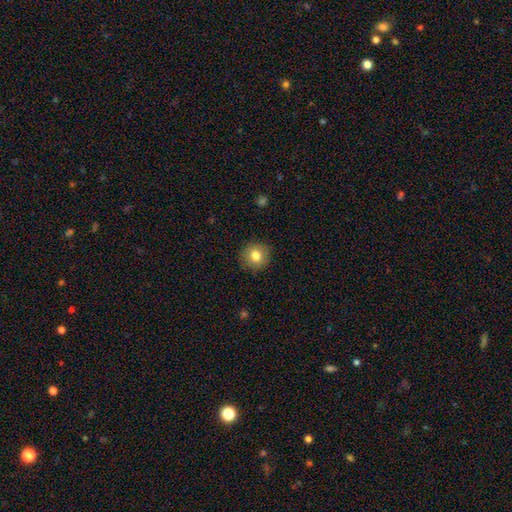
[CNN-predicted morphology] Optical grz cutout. It shows a smooth galaxy with no disk features (80%) that is round (90%). Merging: none (90%).